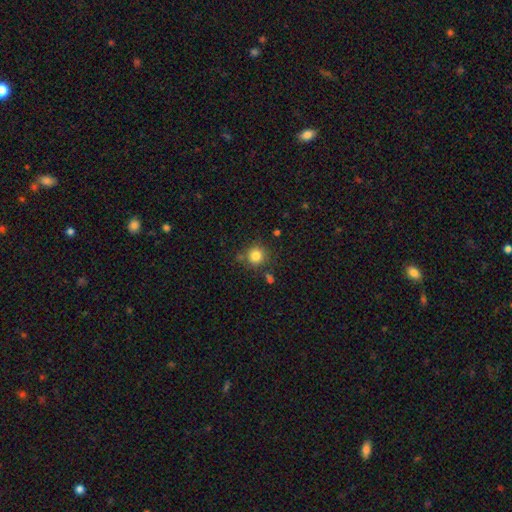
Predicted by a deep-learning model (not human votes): Overall: smooth (82%). How rounded: round (93%). Merging: none (79%).